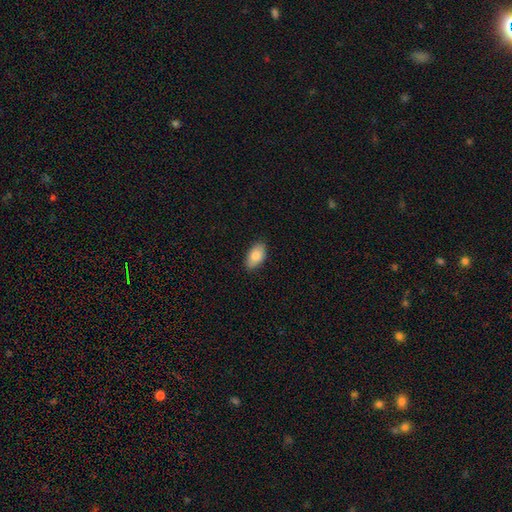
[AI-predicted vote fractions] smooth 84%, featured or disk 10%, star or artifact 7%. Down the decision tree: how rounded — in between (93%); merging — none (86%).